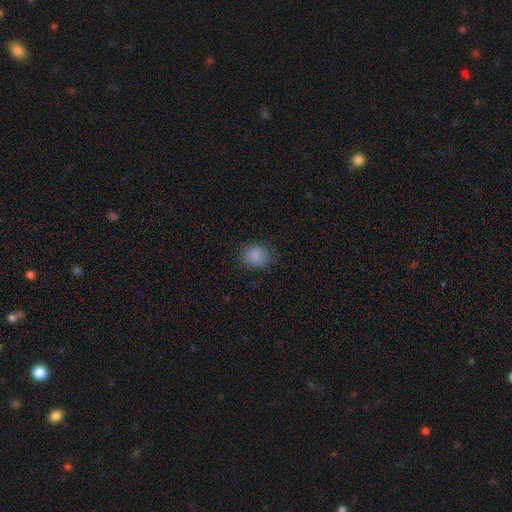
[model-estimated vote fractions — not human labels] Morphology: type=smooth (86%); roundness=round (63%); merging=none (83%).